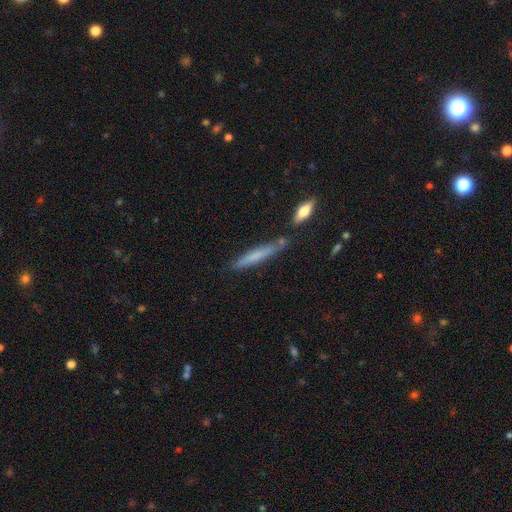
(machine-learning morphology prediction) Overall: smooth (64%; featured or disk 29%). How rounded: cigar-shaped (94%). Merging: none (75%).